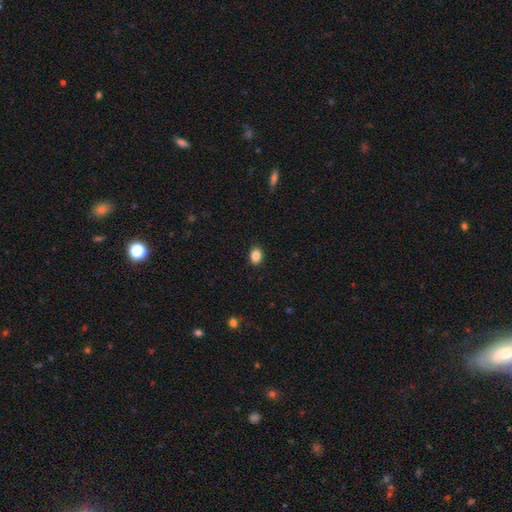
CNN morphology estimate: This is clearly a smooth galaxy (87%). How rounded: likely in between (69%). Merging: clearly none (90%).